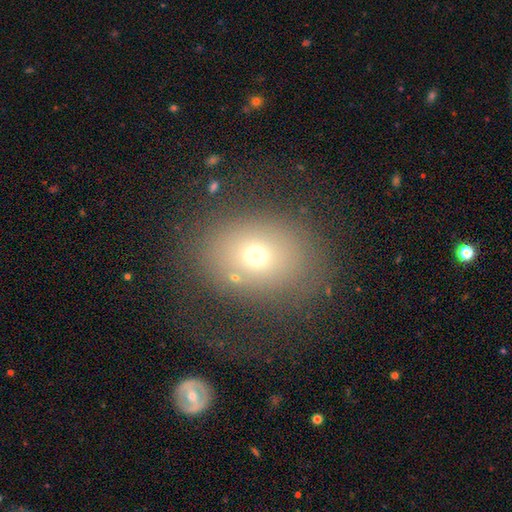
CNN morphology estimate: smooth_or_featured: smooth (p=0.65) [alt: featured or disk p=0.20]
how_rounded: round (p=0.51) [alt: in between p=0.48]
merging: none (p=0.57) [alt: major disturbance p=0.21]